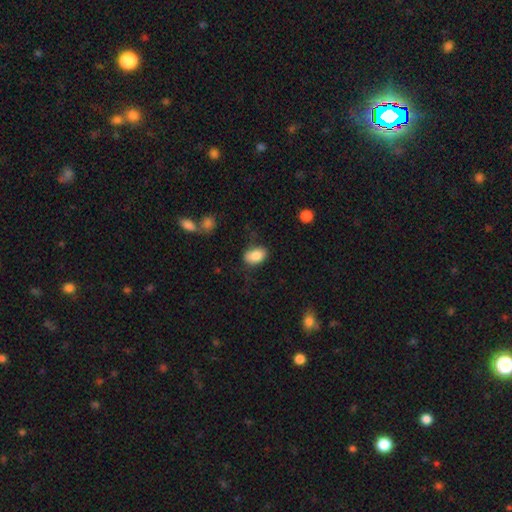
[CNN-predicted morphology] The model was most divided on "merging": none: 70%, minor disturbance: 21%, major disturbance: 6%, merger: 3%. More confident: how rounded — in between (88%); smooth or featured — smooth (85%).